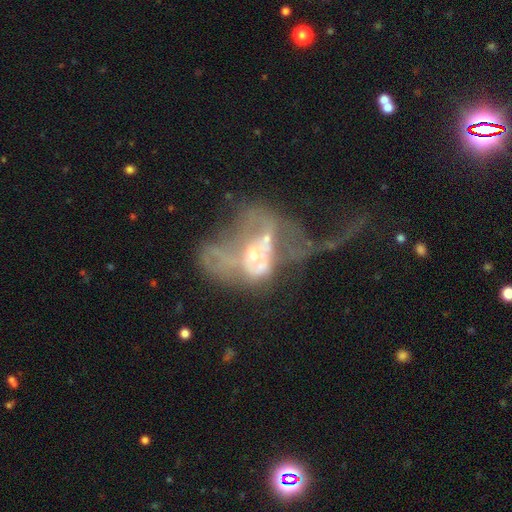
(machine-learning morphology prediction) featured or disk 67%, smooth 20%, star or artifact 13%. Down the decision tree: edge-on disk — no (97%); bar — no (83%); spiral arms — no (73%); bulge size — moderate (49%); merging — merger (51%).